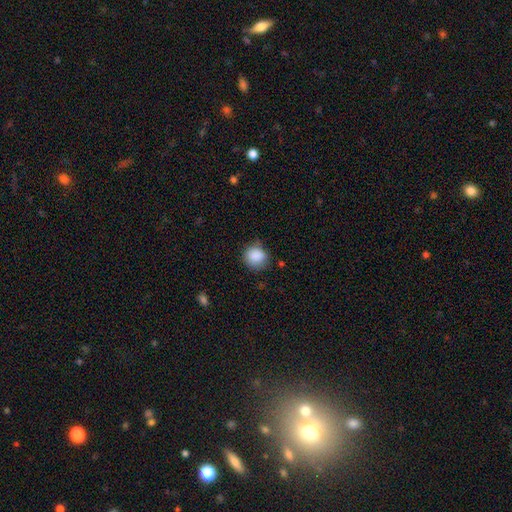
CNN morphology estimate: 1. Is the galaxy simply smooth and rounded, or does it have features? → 88% smooth, 8% star or artifact, 4% featured or disk.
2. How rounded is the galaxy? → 82% round, 17% in between, 1% cigar-shaped.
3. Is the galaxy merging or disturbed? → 70% none, 23% minor disturbance, 5% major disturbance, 2% merger.